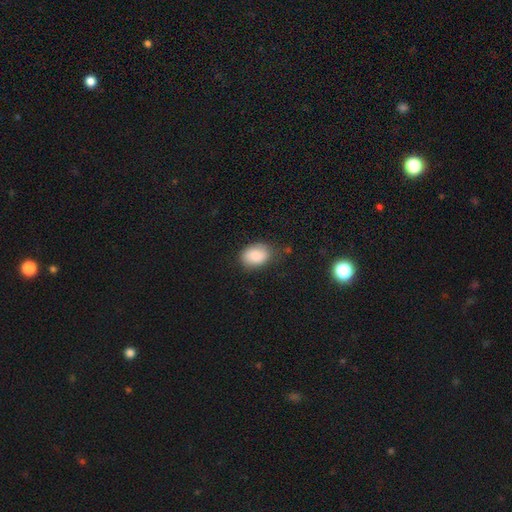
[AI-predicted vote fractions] Morphology: type=smooth (86%); roundness=in between (76%); merging=none (70%).